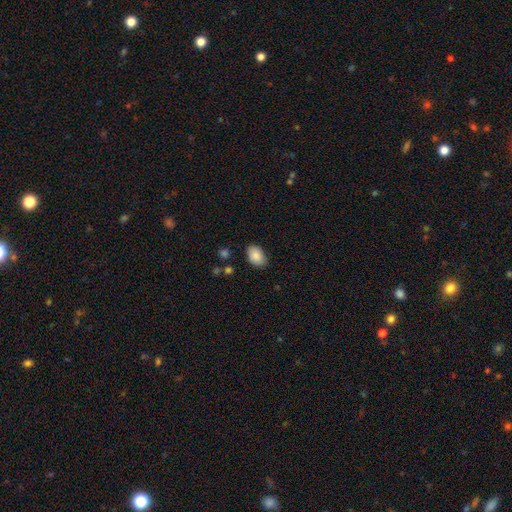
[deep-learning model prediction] A smooth galaxy with no disk features (87%) that is in between round and cigar-shaped (86%). Merging: none (81%).